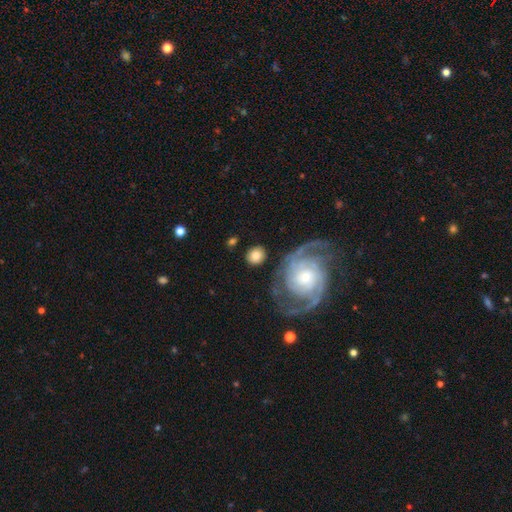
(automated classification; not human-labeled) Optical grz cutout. It shows a smooth galaxy with no disk features (67%) that is round (75%). Merging: none (77%).